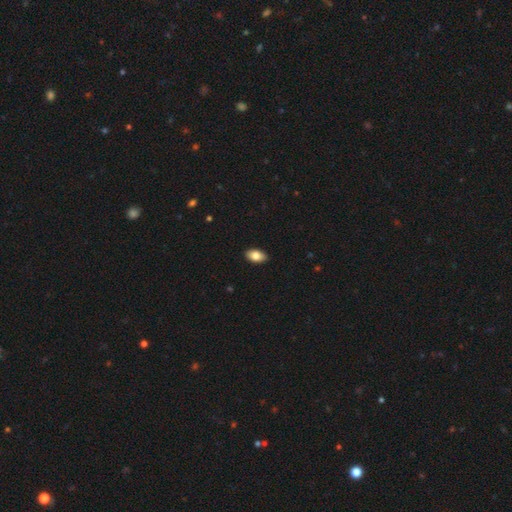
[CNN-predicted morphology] The model was most divided on "smooth or featured": smooth: 82%, featured or disk: 11%, star or artifact: 7%. More confident: how rounded — in between (93%); merging — none (90%).